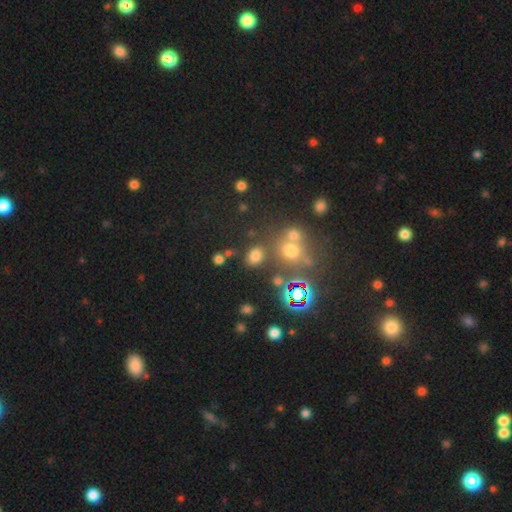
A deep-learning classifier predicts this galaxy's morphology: Overall: smooth (64%; star or artifact 28%). How rounded: in between (50%; round 49%). Merging: none (69%).